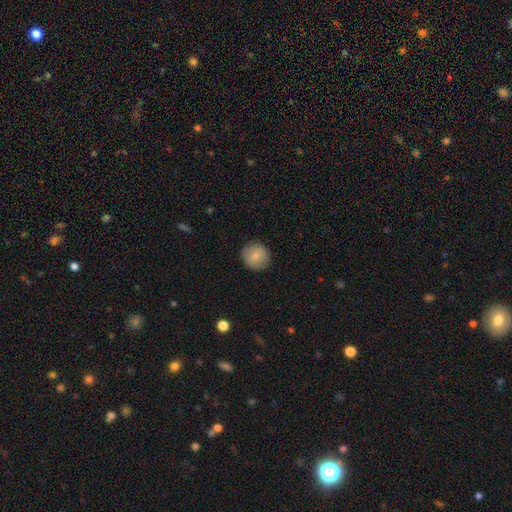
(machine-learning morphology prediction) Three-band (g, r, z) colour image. It shows a smooth galaxy with no disk features (83%) that is round (92%). Merging: none (87%).